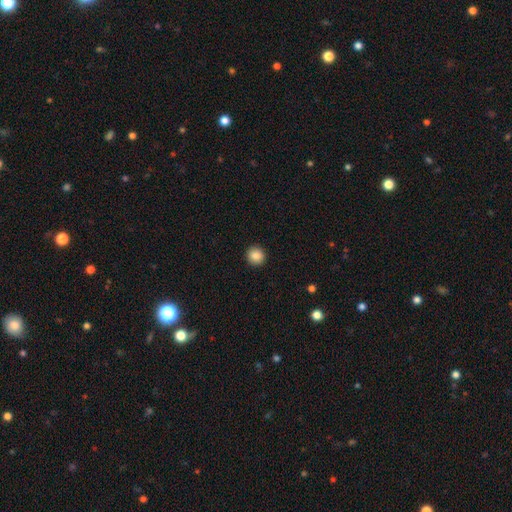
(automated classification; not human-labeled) Q: Smooth or featured?
A: smooth (87%); runner-up: star or artifact (9%)
Q: How rounded?
A: round (93%); runner-up: in between (6%)
Q: Merging?
A: none (93%); runner-up: minor disturbance (5%)